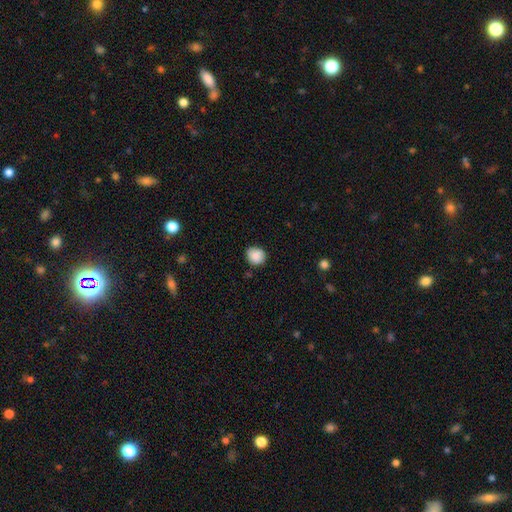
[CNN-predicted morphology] Overall: smooth (88%). How rounded: round (80%). Merging: none (78%).